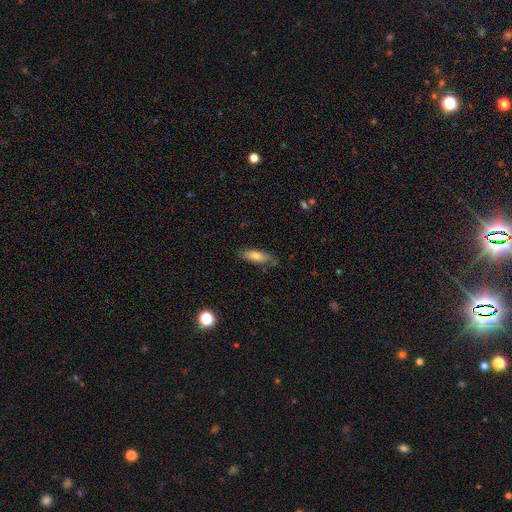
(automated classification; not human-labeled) smooth-or-featured: smooth: 74% | featured or disk: 18% | star or artifact: 8%
  how-rounded: in between: 53% | cigar-shaped: 44% | round: 2%
  merging: none: 78% | minor disturbance: 17% | major disturbance: 4% | merger: 2%